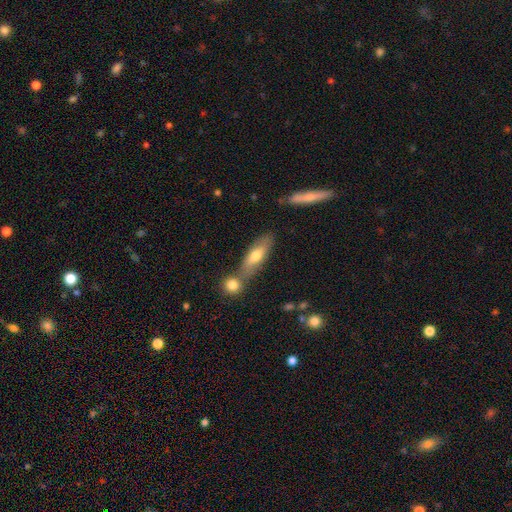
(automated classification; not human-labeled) Q: Smooth or featured?
A: smooth (61%); runner-up: featured or disk (32%)
Q: How rounded?
A: in between (50%); runner-up: cigar-shaped (48%)
Q: Merging?
A: none (58%); runner-up: merger (25%)